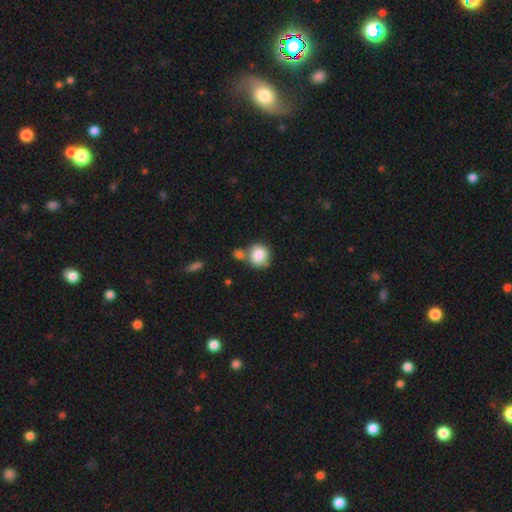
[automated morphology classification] Smooth or featured?
  - smooth: 82% *
  - featured or disk: 9%
  - star or artifact: 9%
How rounded?
  - round: 87% *
  - in between: 12%
  - cigar-shaped: 1%
Merging?
  - none: 61% *
  - merger: 22%
  - minor disturbance: 14%
  - major disturbance: 4%